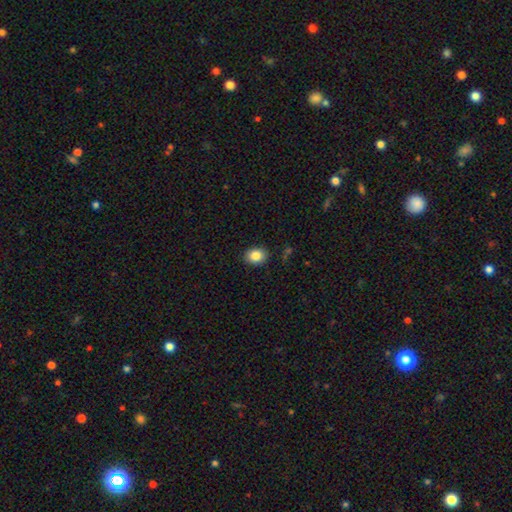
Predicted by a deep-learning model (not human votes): smooth-or-featured: smooth: 85% | star or artifact: 9% | featured or disk: 6%
  how-rounded: in between: 50% | round: 49% | cigar-shaped: 1%
  merging: none: 88% | minor disturbance: 9% | major disturbance: 2% | merger: 1%